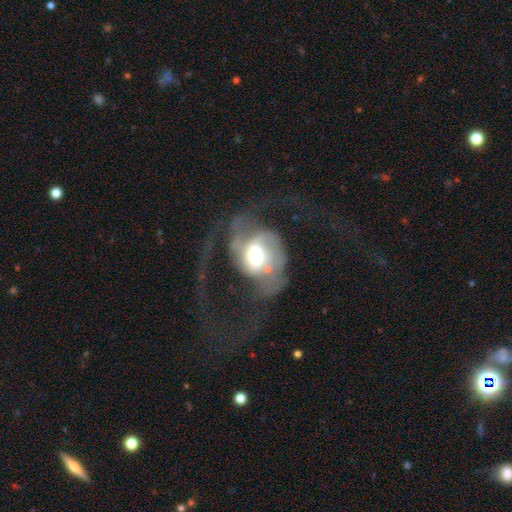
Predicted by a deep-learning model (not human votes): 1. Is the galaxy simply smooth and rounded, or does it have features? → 66% featured or disk, 26% smooth, 8% star or artifact.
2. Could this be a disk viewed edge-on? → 97% no, 3% yes.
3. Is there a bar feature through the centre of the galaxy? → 53% no, 36% weak, 12% strong.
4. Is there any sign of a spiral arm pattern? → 74% yes, 26% no.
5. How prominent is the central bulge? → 56% moderate, 31% large, 6% small, 5% dominant, 1% none.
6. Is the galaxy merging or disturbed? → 58% major disturbance, 22% none, 14% minor disturbance, 6% merger.